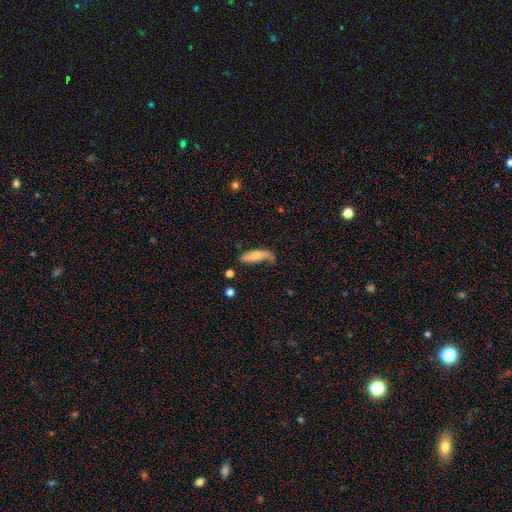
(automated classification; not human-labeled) smooth 66%, featured or disk 27%, star or artifact 7%. Down the decision tree: how rounded — in between (51%); merging — none (43%).